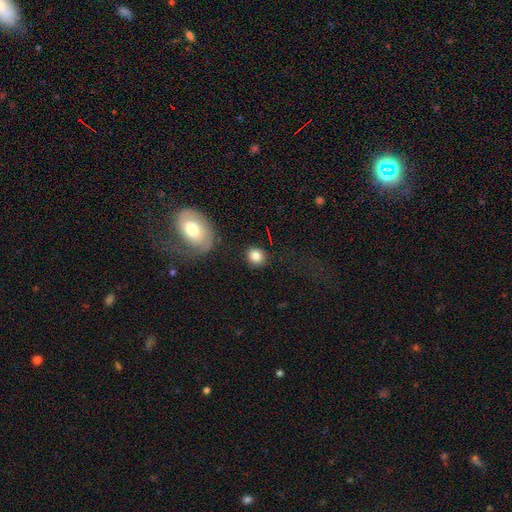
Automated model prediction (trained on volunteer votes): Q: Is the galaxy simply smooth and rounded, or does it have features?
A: smooth — 84%.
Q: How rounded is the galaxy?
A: round — 80%.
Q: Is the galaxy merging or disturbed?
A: none — 86%.